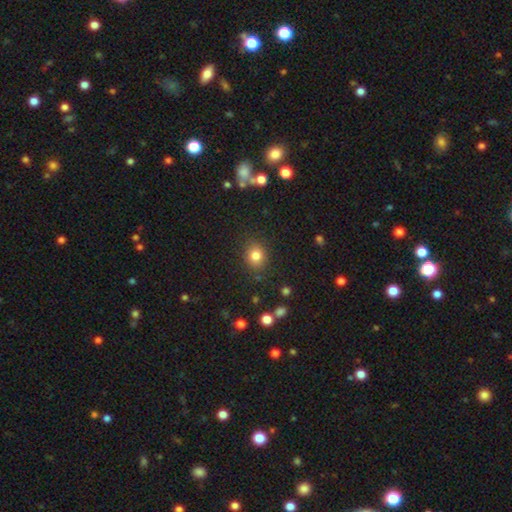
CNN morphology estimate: This is clearly a smooth galaxy (81%). How rounded: likely round (71%). Merging: clearly none (85%).